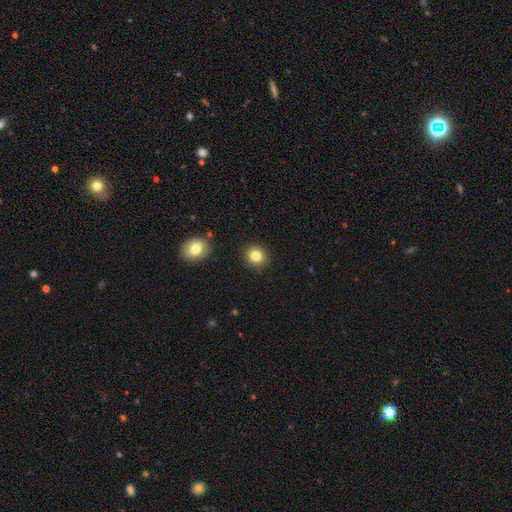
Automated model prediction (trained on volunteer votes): Overall: smooth (83%). How rounded: round (83%). Merging: none (89%).